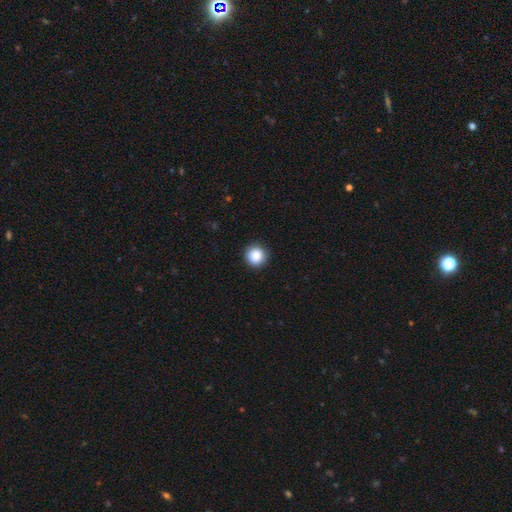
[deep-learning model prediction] Smooth or featured? Predicted: smooth (p=0.87). How rounded? Predicted: round (p=0.94). Merging? Predicted: none (p=0.91).